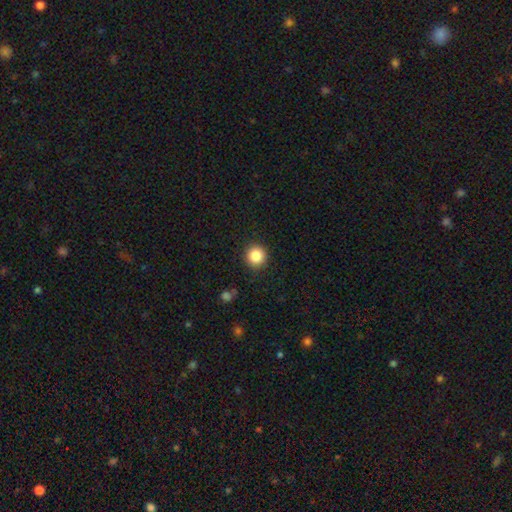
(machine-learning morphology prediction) smooth-or-featured: smooth: 86% | star or artifact: 10% | featured or disk: 4%
  how-rounded: round: 94% | in between: 5% | cigar-shaped: 1%
  merging: none: 91% | minor disturbance: 6% | major disturbance: 2% | merger: 1%